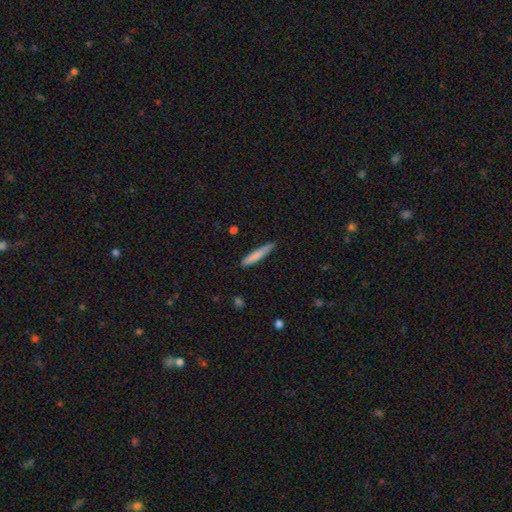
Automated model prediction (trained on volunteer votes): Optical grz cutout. It shows a smooth galaxy with no disk features (78%) that is cigar-shaped (93%). Merging: none (84%).